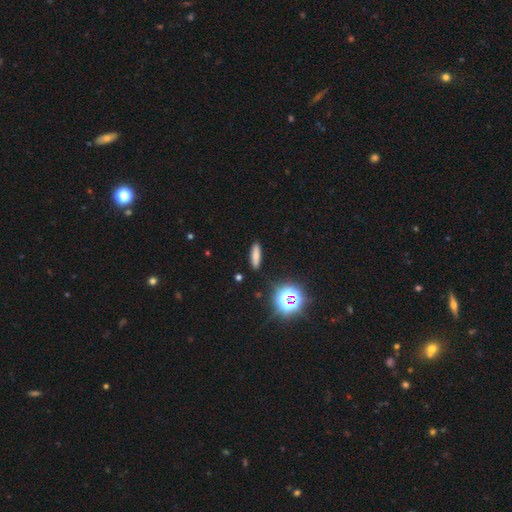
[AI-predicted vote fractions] Overall: smooth (73%). How rounded: cigar-shaped (69%). Merging: none (89%).